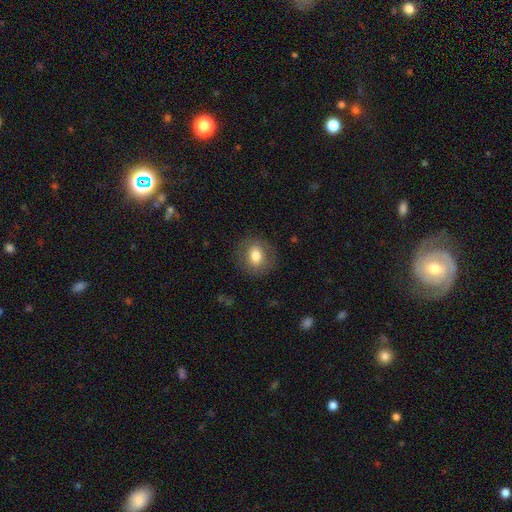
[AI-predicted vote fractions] Smooth or featured? smooth (71%)
How rounded? round (65%)
Merging? none (83%)